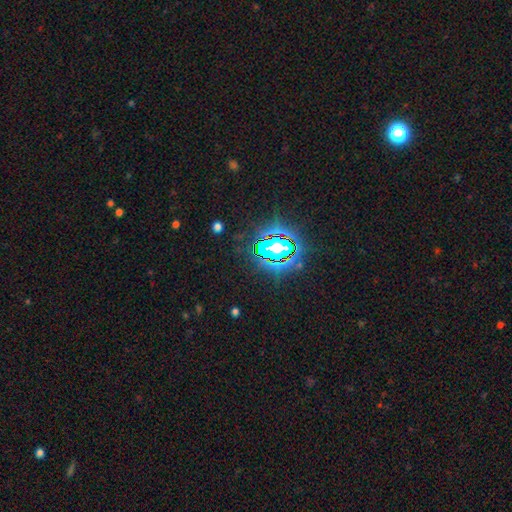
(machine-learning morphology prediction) The model was most divided on "smooth or featured": star or artifact: 82%, smooth: 11%, featured or disk: 7%.